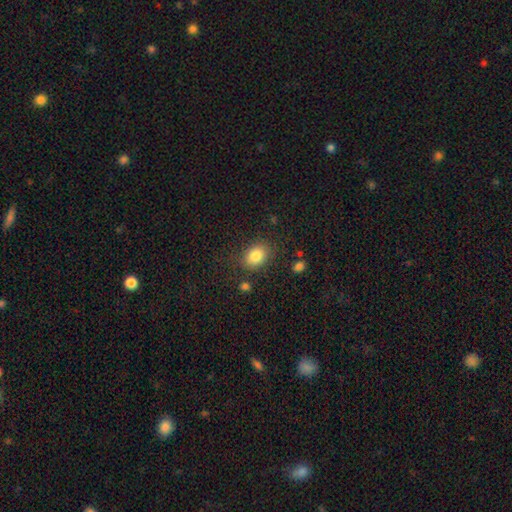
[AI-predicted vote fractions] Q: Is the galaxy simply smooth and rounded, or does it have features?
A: smooth — 85%.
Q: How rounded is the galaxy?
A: in between — 66%.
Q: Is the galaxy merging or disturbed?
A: none — 79%.